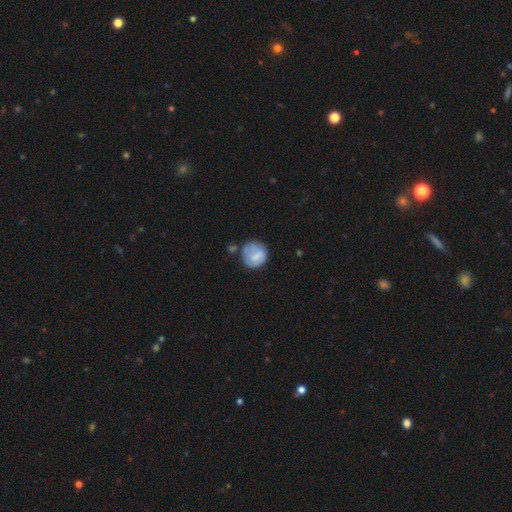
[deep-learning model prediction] Smooth or featured?
  - smooth: 68% *
  - featured or disk: 24%
  - star or artifact: 7%
How rounded?
  - round: 84% *
  - in between: 15%
  - cigar-shaped: 1%
Merging?
  - none: 55% *
  - minor disturbance: 26%
  - major disturbance: 12%
  - merger: 7%